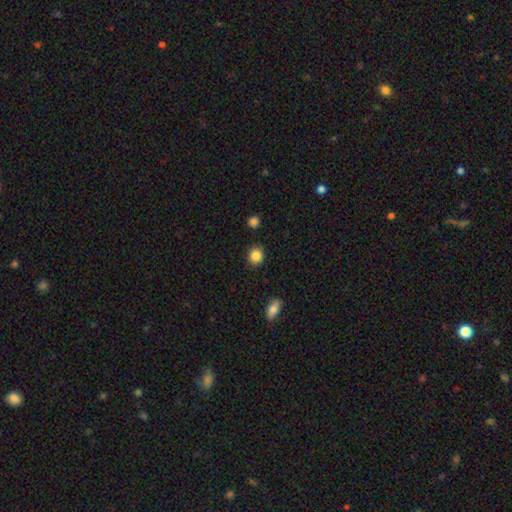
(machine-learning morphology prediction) smooth-or-featured: smooth: 86% | star or artifact: 10% | featured or disk: 4%
  how-rounded: round: 79% | in between: 19% | cigar-shaped: 1%
  merging: none: 88% | minor disturbance: 8% | major disturbance: 2% | merger: 2%